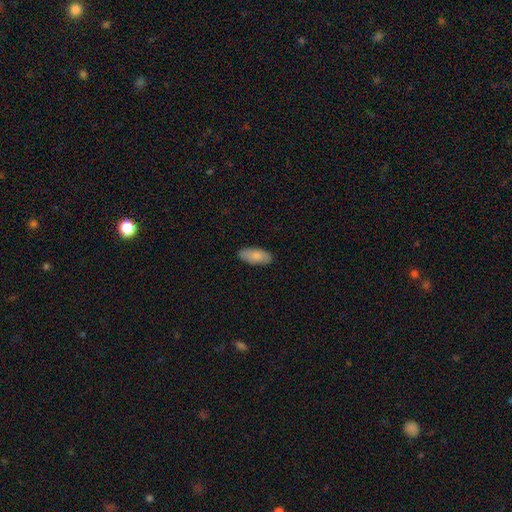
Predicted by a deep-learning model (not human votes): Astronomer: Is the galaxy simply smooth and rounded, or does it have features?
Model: smooth — 85%.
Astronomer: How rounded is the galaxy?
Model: in between — 83%.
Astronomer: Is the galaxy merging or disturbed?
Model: none — 87%.